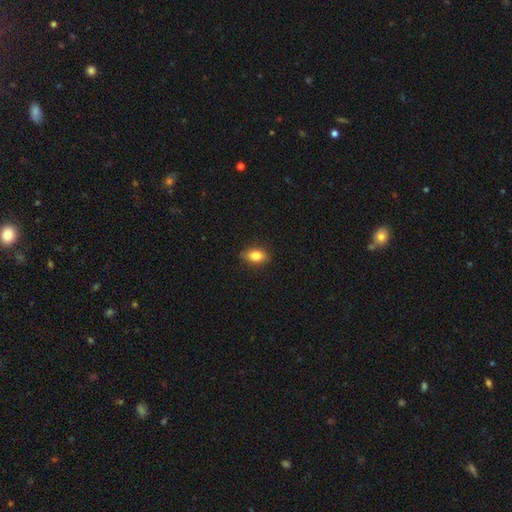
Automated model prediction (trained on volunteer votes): Smooth or featured: smooth — 82% (featured or disk — 9%)
How rounded: in between — 81% (round — 15%)
Merging: none — 83% (minor disturbance — 13%)